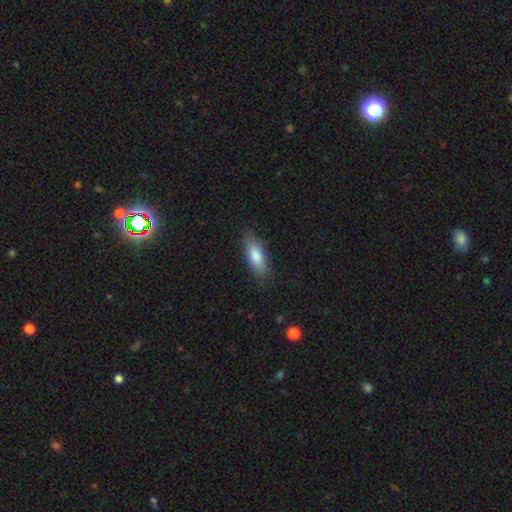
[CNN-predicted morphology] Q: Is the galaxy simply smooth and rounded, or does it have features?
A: smooth — 83%.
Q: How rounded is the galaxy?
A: in between — 69%.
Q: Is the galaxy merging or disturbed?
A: none — 84%.